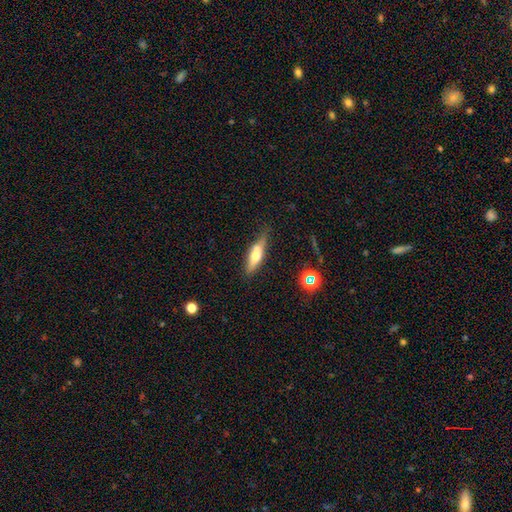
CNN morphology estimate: smooth 52%, featured or disk 40%, star or artifact 8%. Down the decision tree: how rounded — cigar-shaped (57%); merging — none (64%).